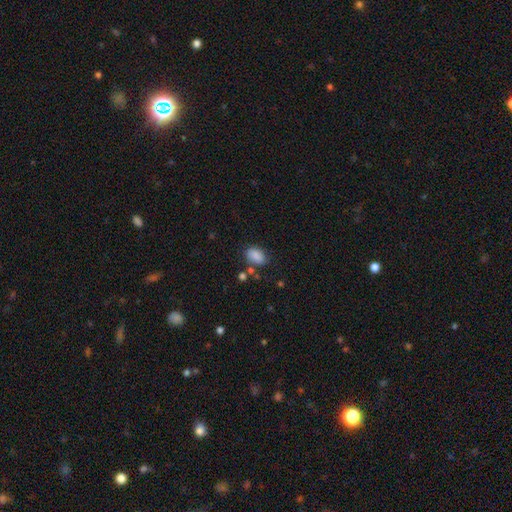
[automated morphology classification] The model was most divided on "merging": none: 71%, minor disturbance: 17%, merger: 6%, major disturbance: 5%. More confident: how rounded — in between (86%); smooth or featured — smooth (85%).